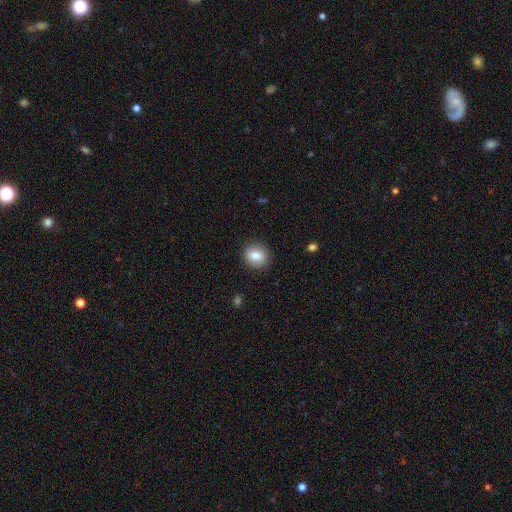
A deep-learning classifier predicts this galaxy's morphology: A smooth galaxy with no disk features (84%) that is round (73%). Merging: none (89%).